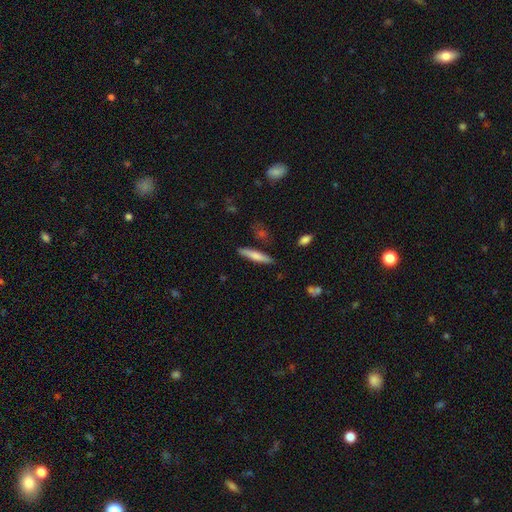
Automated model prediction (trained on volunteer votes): Smooth or featured: smooth — 67% (featured or disk — 27%)
How rounded: cigar-shaped — 89% (in between — 9%)
Merging: none — 85% (minor disturbance — 10%)